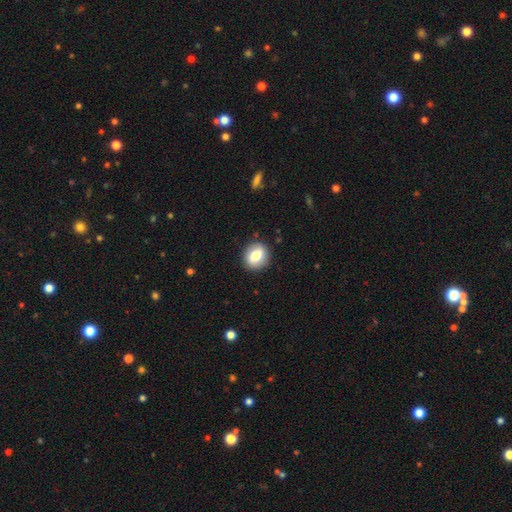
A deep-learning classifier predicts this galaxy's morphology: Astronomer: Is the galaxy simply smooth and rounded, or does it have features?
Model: smooth — 70%.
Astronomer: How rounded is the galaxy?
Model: round — 78%.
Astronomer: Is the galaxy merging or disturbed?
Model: none — 87%.